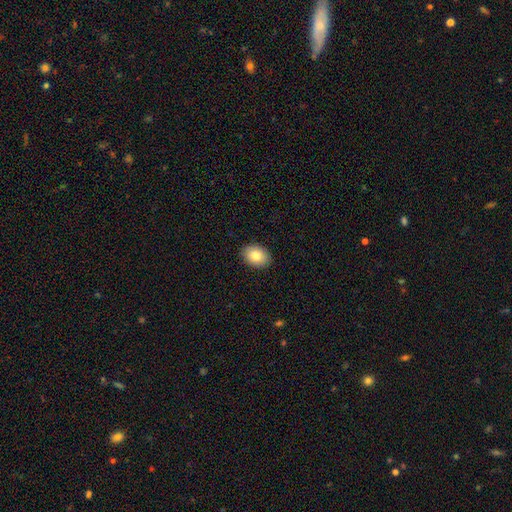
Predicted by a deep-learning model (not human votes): A smooth galaxy with no disk features (82%) that is in between round and cigar-shaped (76%).

Vote fractions:
- Smooth or featured? smooth: 82% / featured or disk: 10% / star or artifact: 7%
- How rounded? in between: 76% / round: 23% / cigar-shaped: 1%
- Merging? none: 89% / minor disturbance: 8% / major disturbance: 2% / merger: 1%